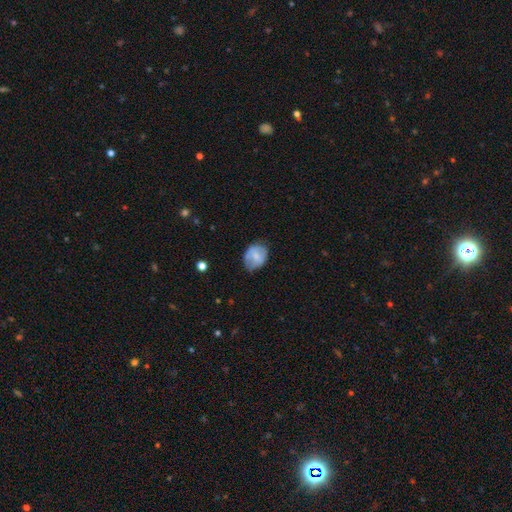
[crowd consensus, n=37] Smooth or featured: smooth — 51% (featured or disk — 43%)
How rounded: in between — 74% (round — 26%)
Merging: none — 71% (minor disturbance — 17%)